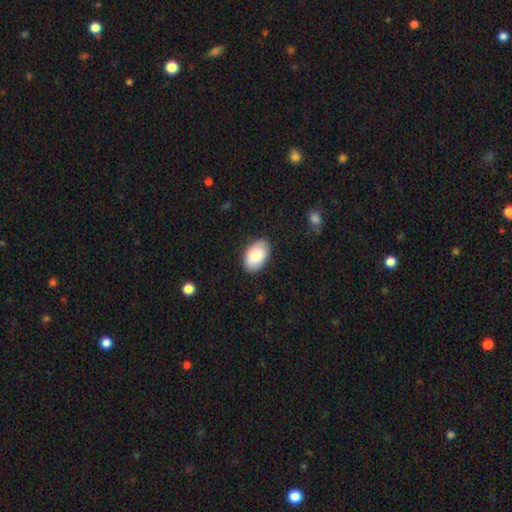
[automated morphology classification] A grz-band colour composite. It shows a smooth galaxy with no disk features (86%) that is in between round and cigar-shaped (92%). Merging: none (85%).